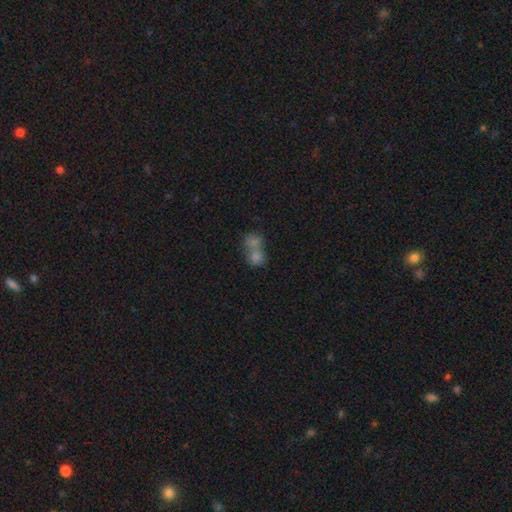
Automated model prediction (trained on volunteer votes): Morphology: type=smooth (74%); roundness=round (72%); merging=merger (68%).